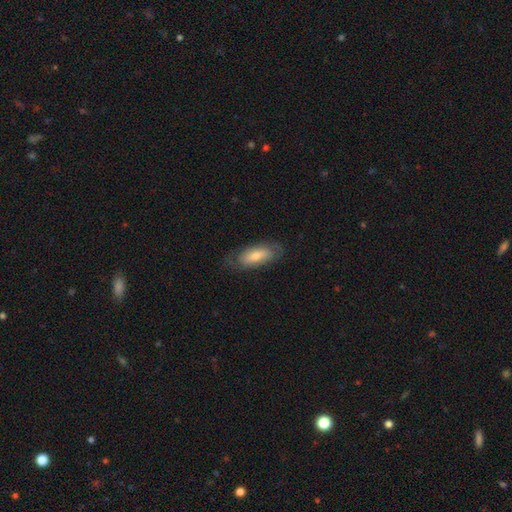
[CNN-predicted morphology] type=smooth (56%); roundness=in between (77%); merging=none (73%).